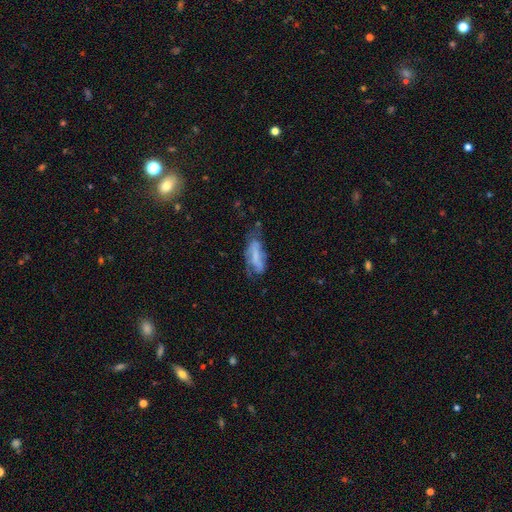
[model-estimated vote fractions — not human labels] A smooth galaxy with no disk features (46%). Merging: none (37%).